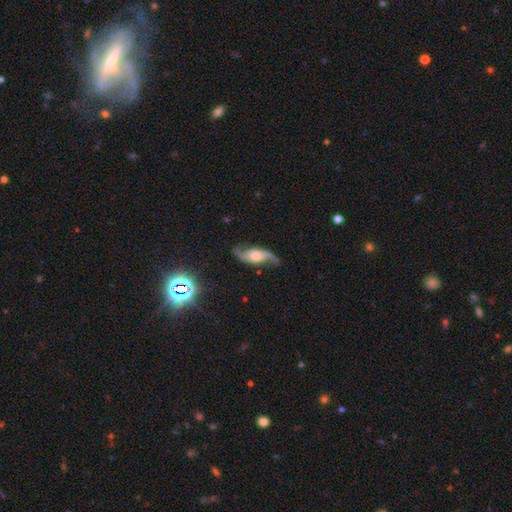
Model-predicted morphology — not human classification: Overall: featured or disk (83%). Edge-on disk: no (91%). Bar: no (54%; weak 35%). Spiral arms: yes (95%). Spiral arm count: 2 (93%). Spiral winding: loose (72%). Bulge size: moderate (47%; large 27%). Merging: none (76%).